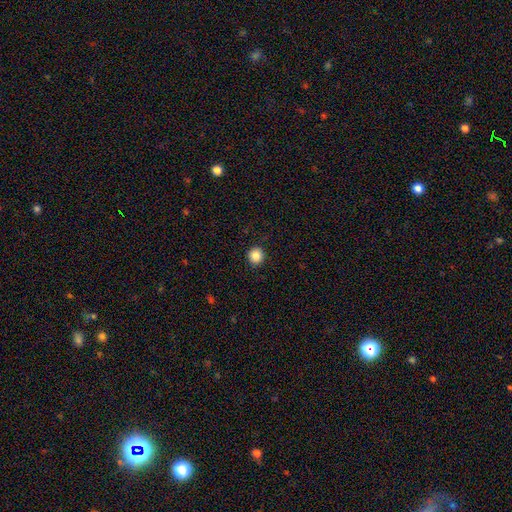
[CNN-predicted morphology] Smooth or featured? smooth (85%)
How rounded? round (93%)
Merging? none (92%)